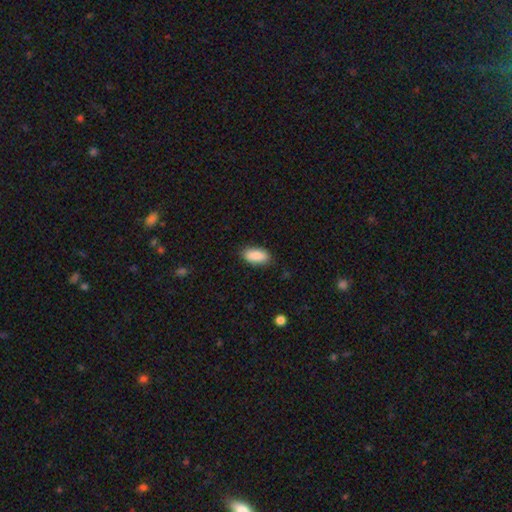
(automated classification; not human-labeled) This appears to be a smooth galaxy with no disk features (89%) that is in between round and cigar-shaped (91%). Merging: none (84%).